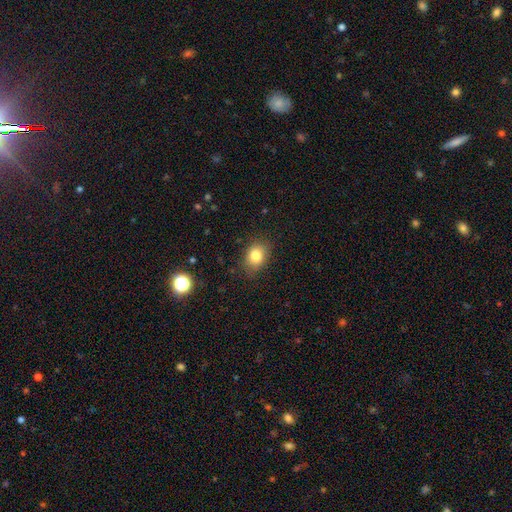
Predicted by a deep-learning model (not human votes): Smooth or featured? smooth (82%)
How rounded? in between (61%)
Merging? none (83%)